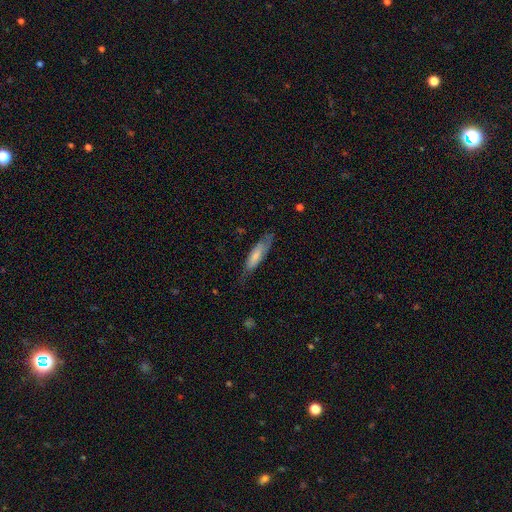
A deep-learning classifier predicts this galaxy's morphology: smooth 66%, featured or disk 28%, star or artifact 6%. Down the decision tree: how rounded — cigar-shaped (62%); merging — none (62%).